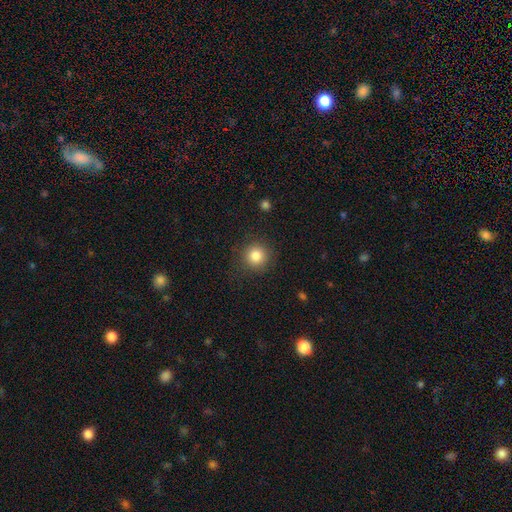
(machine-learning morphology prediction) A smooth galaxy with no disk features (83%) that is round (93%). Merging: none (87%).